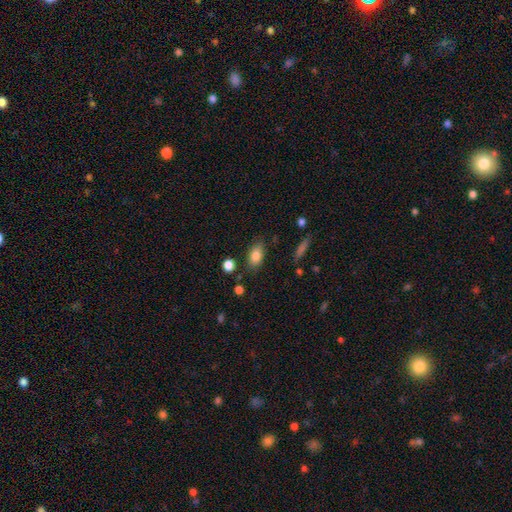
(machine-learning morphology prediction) A smooth galaxy with no disk features (84%) that is in between round and cigar-shaped (87%). Merging: none (80%).